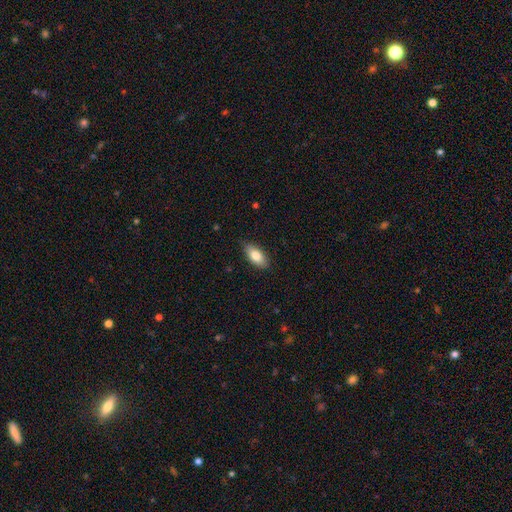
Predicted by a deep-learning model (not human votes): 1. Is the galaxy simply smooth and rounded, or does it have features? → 81% smooth, 13% featured or disk, 6% star or artifact.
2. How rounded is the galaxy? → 89% in between, 9% cigar-shaped, 3% round.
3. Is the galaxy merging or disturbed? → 82% none, 14% minor disturbance, 2% major disturbance, 1% merger.